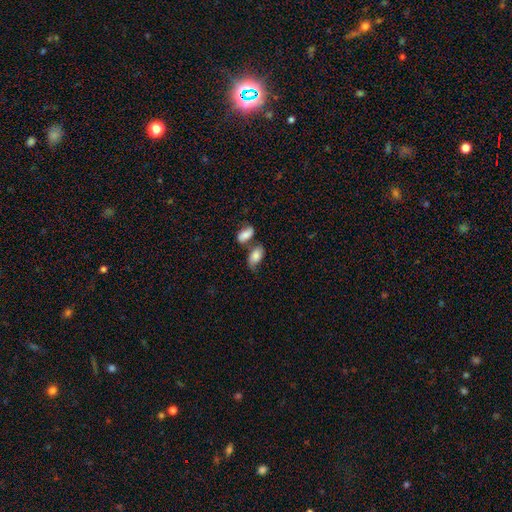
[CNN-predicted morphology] Overall: smooth (75%). How rounded: in between (92%). Merging: none (38%; merger 33%).